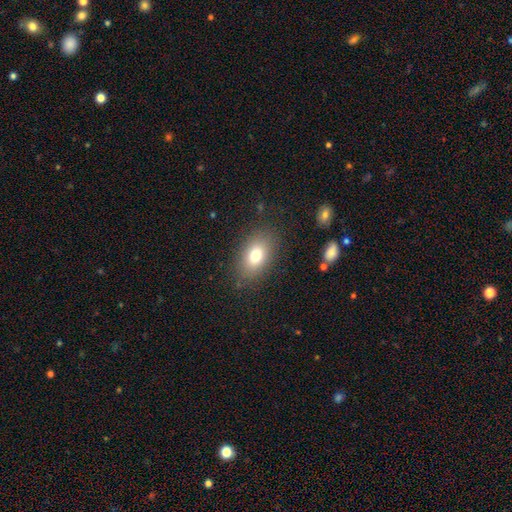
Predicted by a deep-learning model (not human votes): This appears to be a smooth galaxy with no disk features (76%) that is in between round and cigar-shaped (84%). Merging: none (84%).